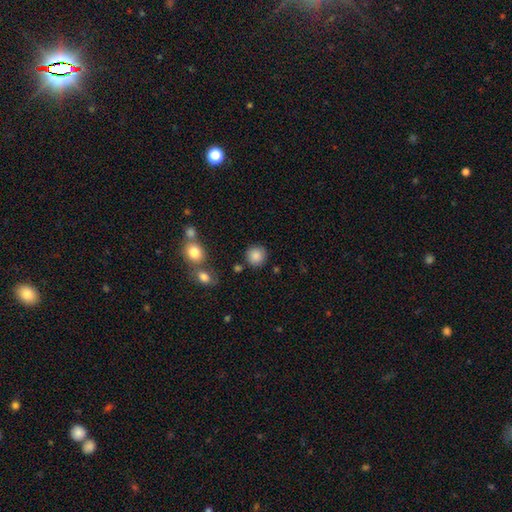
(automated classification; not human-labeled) A smooth galaxy with no disk features (86%) that is round (92%). Merging: none (85%).